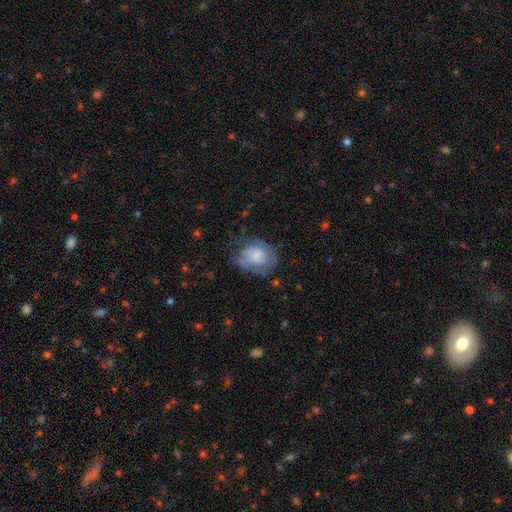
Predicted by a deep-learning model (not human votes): Smooth or featured: smooth — 58% (featured or disk — 34%)
How rounded: round — 50% (in between — 49%)
Merging: none — 45% (minor disturbance — 31%)